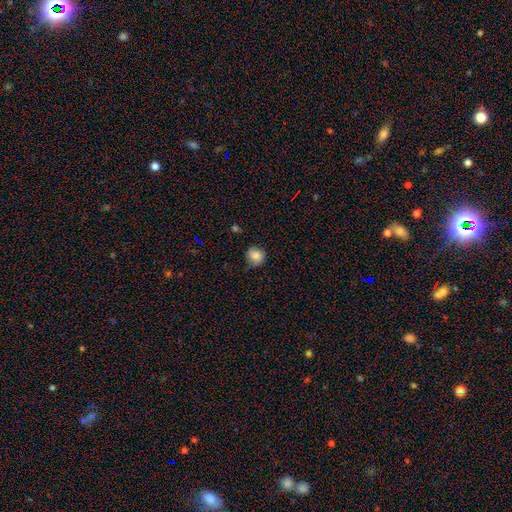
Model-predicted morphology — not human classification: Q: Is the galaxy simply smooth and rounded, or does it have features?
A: smooth — 80%.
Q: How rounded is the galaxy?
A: round — 85%.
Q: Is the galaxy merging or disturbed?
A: none — 70%.